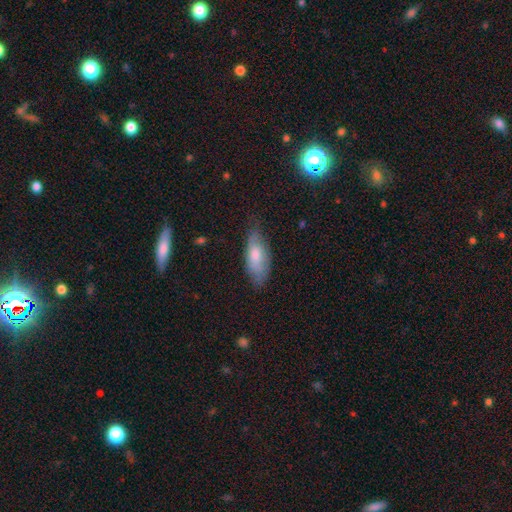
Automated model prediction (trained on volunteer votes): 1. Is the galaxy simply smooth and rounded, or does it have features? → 68% smooth, 25% featured or disk, 6% star or artifact.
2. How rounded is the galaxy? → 82% in between, 16% cigar-shaped, 2% round.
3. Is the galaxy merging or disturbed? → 62% none, 29% minor disturbance, 7% major disturbance, 1% merger.